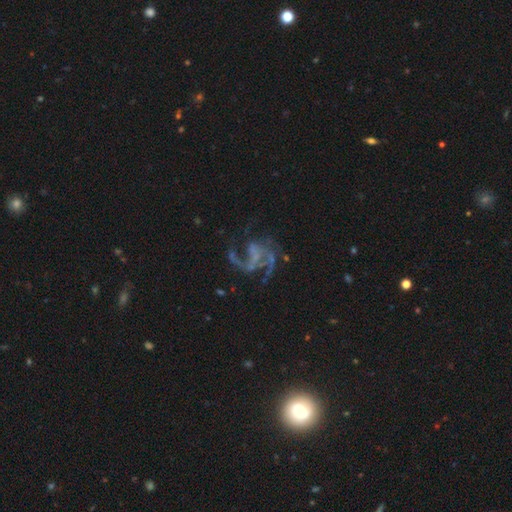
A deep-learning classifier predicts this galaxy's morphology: A featured or disk galaxy (83%) with no bar (52%), 3 (37%) loose (45%) spiral arms (92%) and no central bulge (65%).

Vote fractions:
- Smooth or featured? featured or disk: 83% / star or artifact: 11% / smooth: 6%
- Edge-on disk? no: 98% / yes: 2%
- Bar? no: 52% / weak: 33% / strong: 15%
- Spiral arms? yes: 92% / no: 8%
- Spiral winding? loose: 45% / medium: 43% / tight: 12%
- Spiral arm count? 3: 37% / 2: 28% / can't tell: 12% / 1: 8% / 4: 8% / more than 4: 6%
- Bulge size? none: 65% / small: 23% / moderate: 9% / large: 2% / dominant: 1%
- Merging? none: 49% / major disturbance: 33% / minor disturbance: 14% / merger: 4%